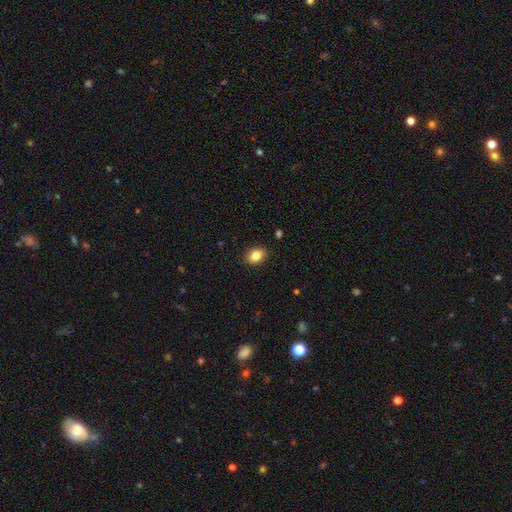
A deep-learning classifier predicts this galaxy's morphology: smooth 84%, star or artifact 9%, featured or disk 7%. Down the decision tree: how rounded — in between (69%); merging — none (89%).